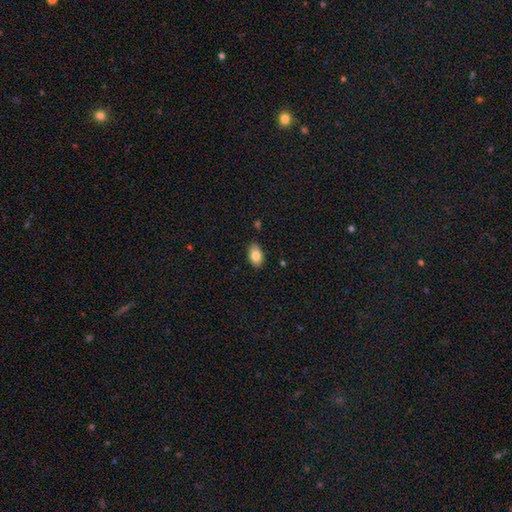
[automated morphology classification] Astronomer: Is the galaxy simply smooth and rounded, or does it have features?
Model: smooth — 82%.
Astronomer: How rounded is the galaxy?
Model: in between — 91%.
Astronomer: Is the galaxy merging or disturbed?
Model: none — 86%.